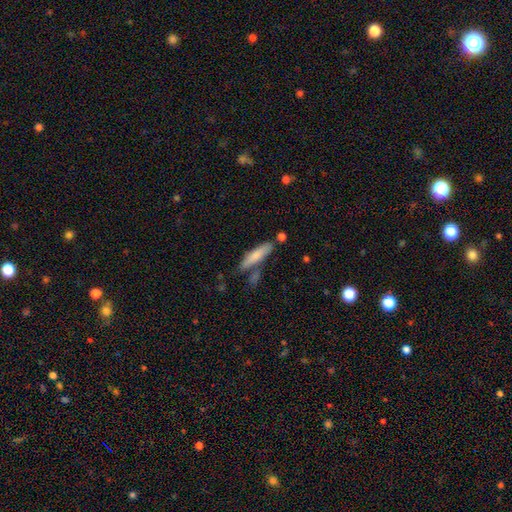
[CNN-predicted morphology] Overall: smooth (75%). How rounded: cigar-shaped (75%). Merging: none (68%).